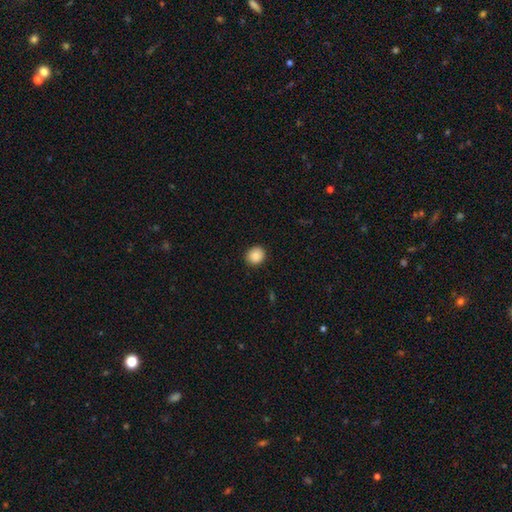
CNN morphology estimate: Overall: smooth (88%). How rounded: round (83%). Merging: none (90%).